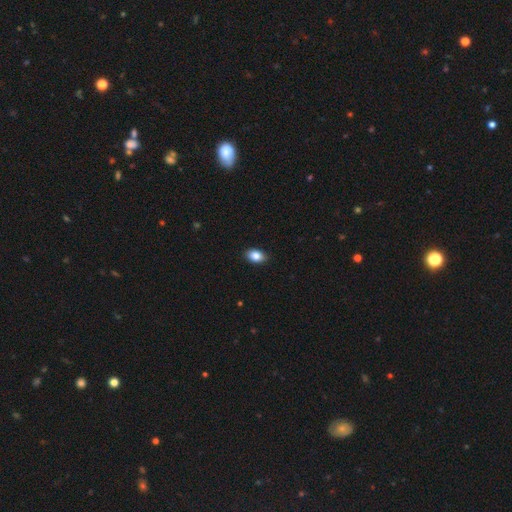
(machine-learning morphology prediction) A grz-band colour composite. It shows a smooth galaxy with no disk features (86%) that is in between round and cigar-shaped (86%). Merging: none (88%).